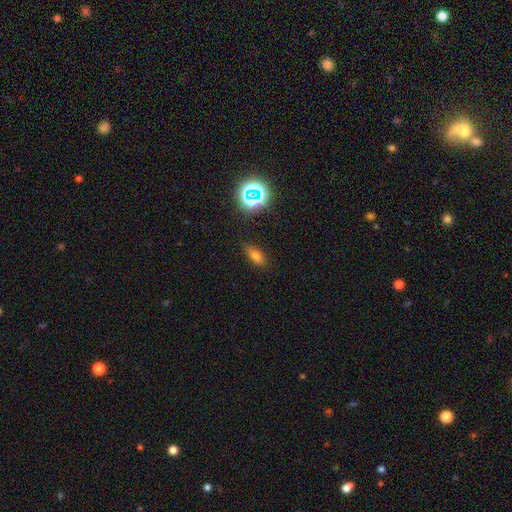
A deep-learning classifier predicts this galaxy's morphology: smooth-or-featured: smooth: 70% | star or artifact: 20% | featured or disk: 11%
  how-rounded: in between: 78% | cigar-shaped: 14% | round: 8%
  merging: none: 81% | minor disturbance: 13% | major disturbance: 4% | merger: 2%